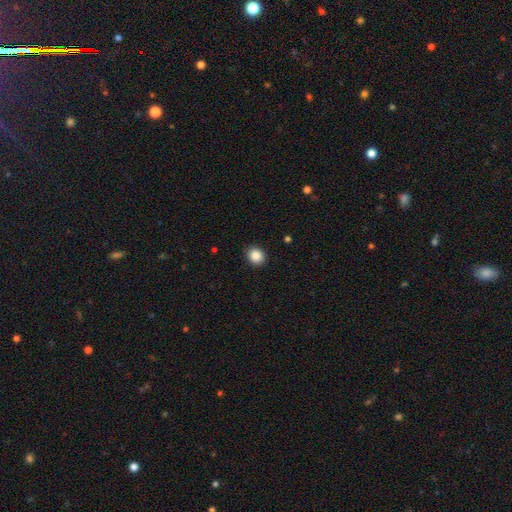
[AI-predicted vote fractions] Smooth or featured? Predicted: smooth (p=0.87). How rounded? Predicted: round (p=0.76). Merging? Predicted: none (p=0.90).